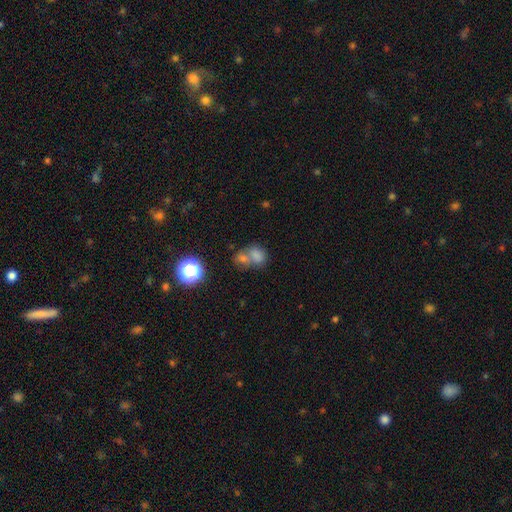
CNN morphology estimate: Q: Smooth or featured?
A: smooth (72%); runner-up: star or artifact (16%)
Q: How rounded?
A: in between (54%); runner-up: round (44%)
Q: Merging?
A: merger (60%); runner-up: none (27%)